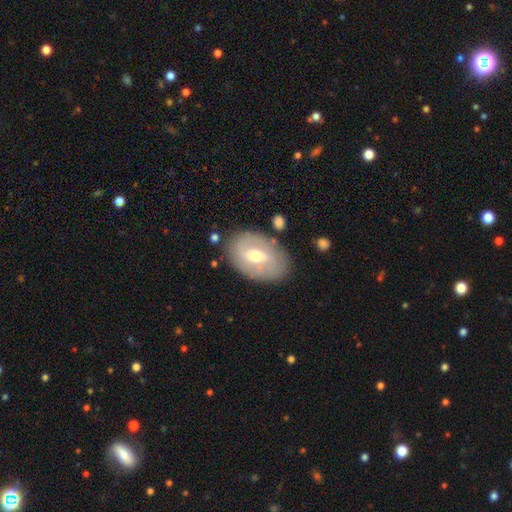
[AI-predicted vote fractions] smooth-or-featured: featured or disk: 62% | smooth: 32% | star or artifact: 7%
  disk-edge-on: no: 93% | yes: 7%
    bar: weak: 53% | no: 24% | strong: 23%
    has-spiral-arms: yes: 59% | no: 41%
    bulge-size: moderate: 61% | small: 34% | large: 3% | none: 1% | dominant: 1%
  merging: none: 80% | minor disturbance: 13% | major disturbance: 4% | merger: 3%